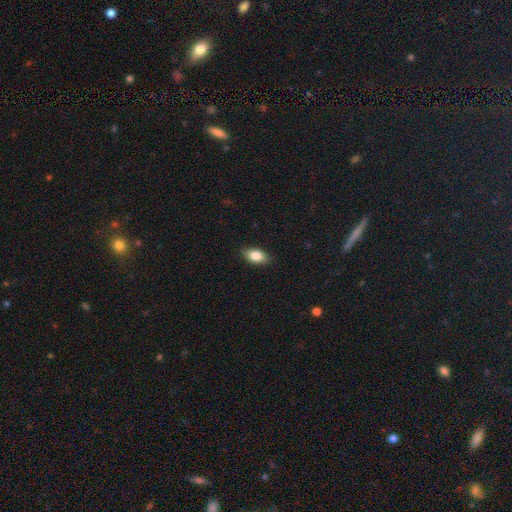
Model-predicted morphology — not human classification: smooth_or_featured: smooth (p=0.84) [alt: featured or disk p=0.09]
how_rounded: in between (p=0.88) [alt: round p=0.07]
merging: none (p=0.85) [alt: minor disturbance p=0.12]